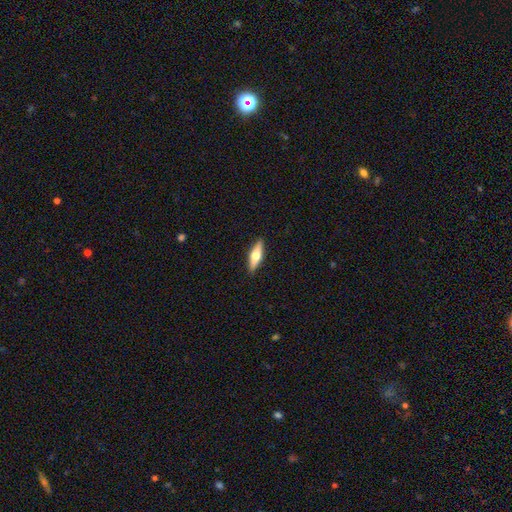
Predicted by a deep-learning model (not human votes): This appears to be a smooth galaxy with no disk features (49%). Merging: none (90%).